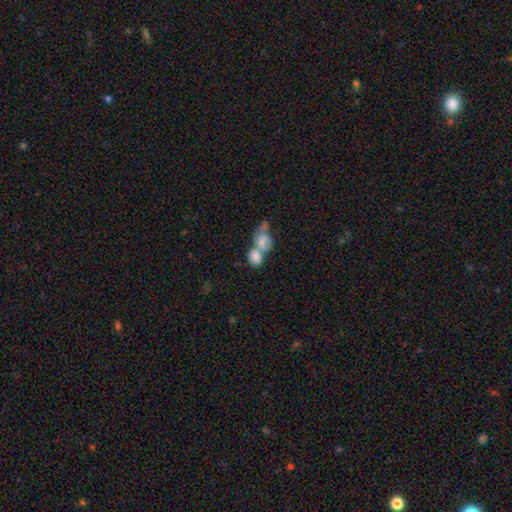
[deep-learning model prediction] Smooth or featured? smooth (73%)
How rounded? in between (67%)
Merging? merger (71%)